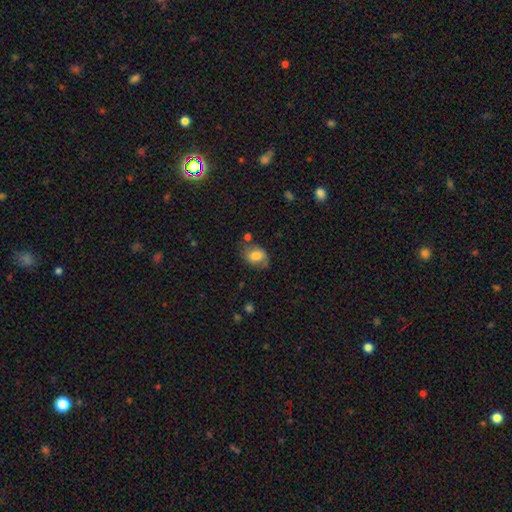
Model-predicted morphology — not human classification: Smooth or featured? smooth (71%)
How rounded? in between (67%)
Merging? none (58%)